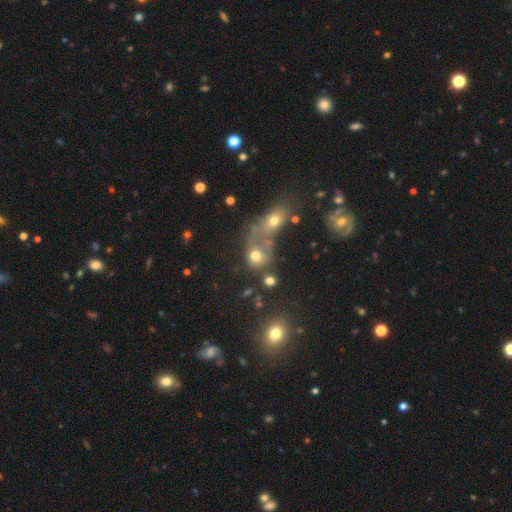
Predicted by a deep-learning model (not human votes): This is likely a smooth galaxy (65%). How rounded: possibly round (59%). Merging: possibly merger (52%).